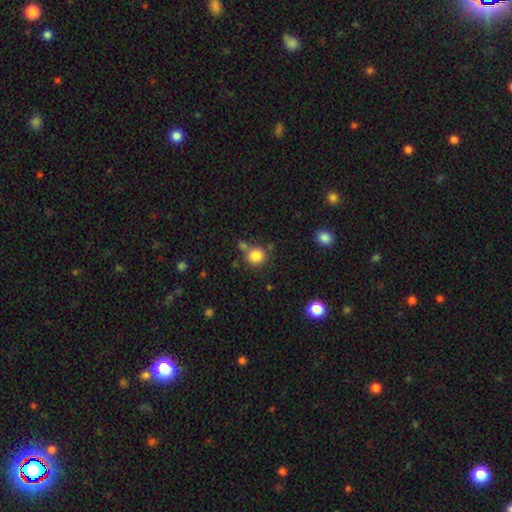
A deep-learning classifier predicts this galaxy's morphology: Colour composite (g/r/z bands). It shows a smooth galaxy with no disk features (84%) that is round (86%). Merging: none (67%).